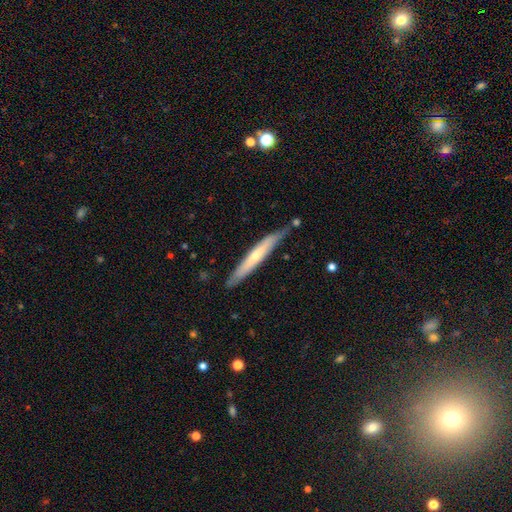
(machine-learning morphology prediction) type=smooth (49%); merging=none (80%).